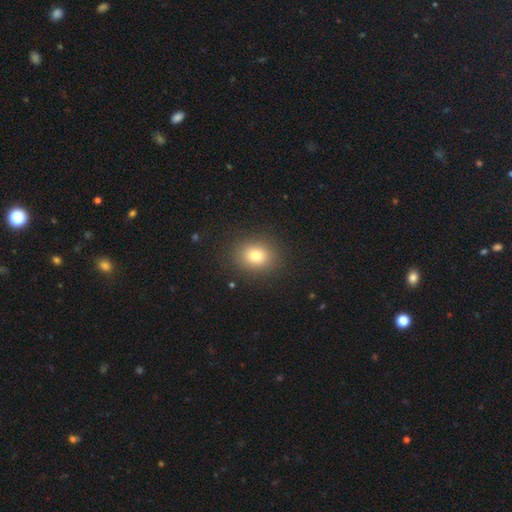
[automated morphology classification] Smooth or featured? Predicted: smooth (p=0.78). How rounded? Predicted: round (p=0.64). Merging? Predicted: none (p=0.88).